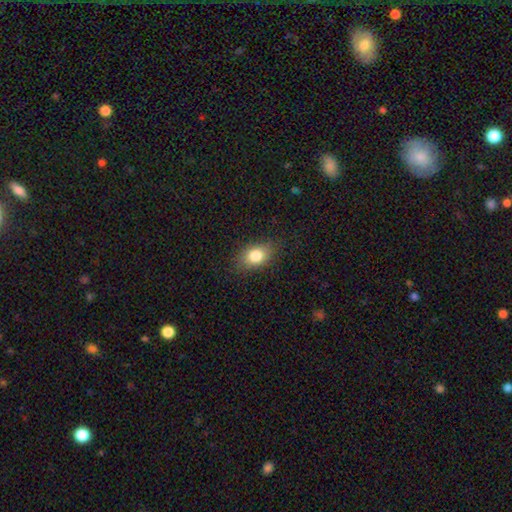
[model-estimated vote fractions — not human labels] smooth_or_featured: smooth (p=0.82) [alt: featured or disk p=0.09]
how_rounded: in between (p=0.81) [alt: round p=0.16]
merging: none (p=0.83) [alt: minor disturbance p=0.12]